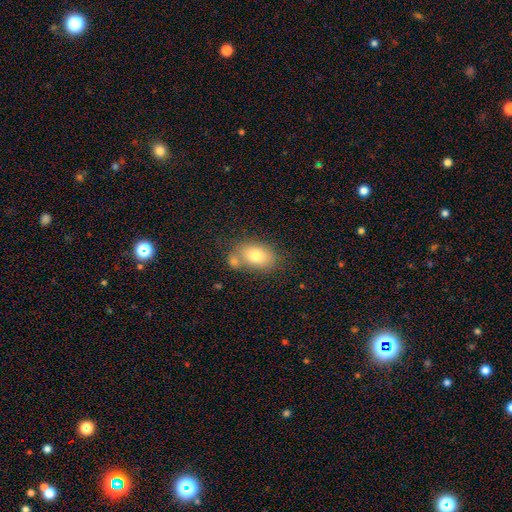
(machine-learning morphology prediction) smooth 76%, featured or disk 15%, star or artifact 9%. Down the decision tree: how rounded — in between (81%); merging — none (54%).